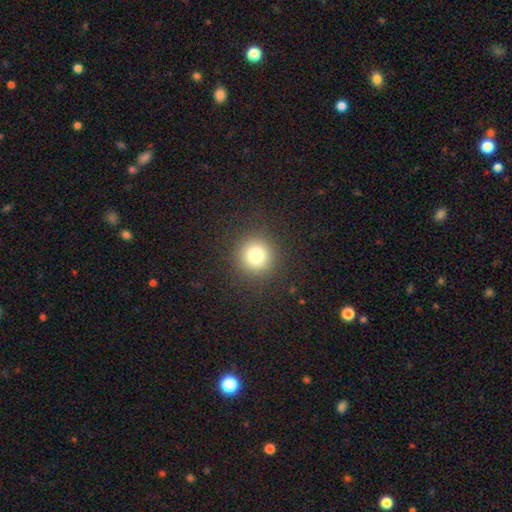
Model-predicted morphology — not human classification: smooth 79%, star or artifact 13%, featured or disk 8%. Down the decision tree: how rounded — round (94%); merging — none (90%).